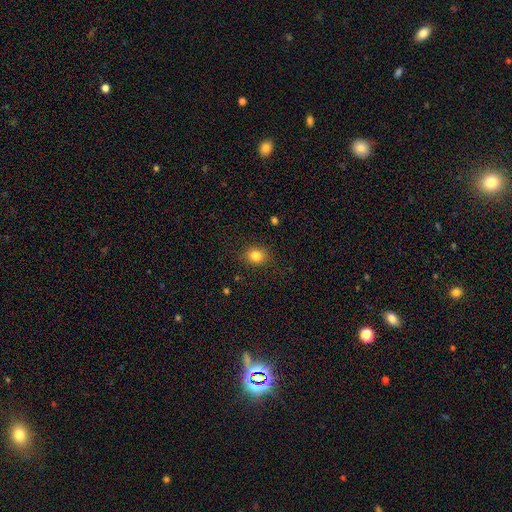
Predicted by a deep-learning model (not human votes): Smooth or featured? Predicted: smooth (p=0.83). How rounded? Predicted: round (p=0.67). Merging? Predicted: none (p=0.87).